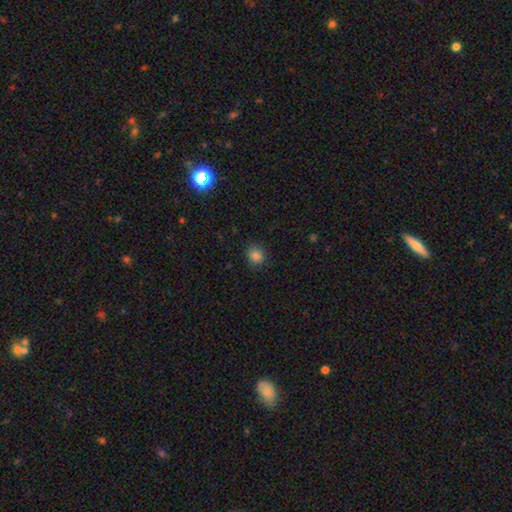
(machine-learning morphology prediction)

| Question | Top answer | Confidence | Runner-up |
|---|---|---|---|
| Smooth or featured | smooth | 84% | star or artifact (12%) |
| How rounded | round | 76% | in between (23%) |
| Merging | none | 85% | minor disturbance (11%) |